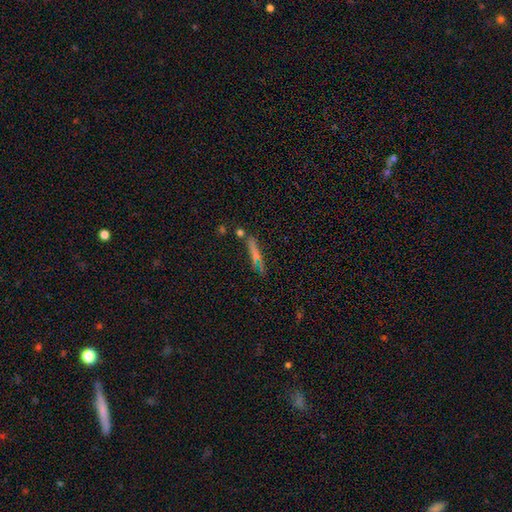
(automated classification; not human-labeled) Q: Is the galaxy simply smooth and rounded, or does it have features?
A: smooth — 48%.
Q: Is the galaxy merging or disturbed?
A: none — 77%.